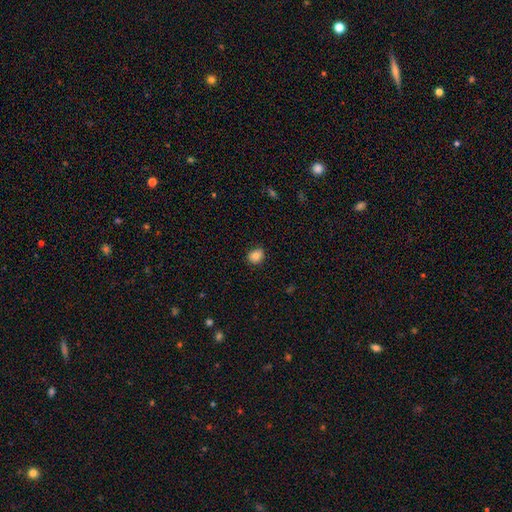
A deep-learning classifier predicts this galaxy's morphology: Smooth or featured?
  - smooth: 82% *
  - star or artifact: 10%
  - featured or disk: 8%
How rounded?
  - round: 61% *
  - in between: 38%
  - cigar-shaped: 1%
Merging?
  - none: 84% *
  - minor disturbance: 13%
  - major disturbance: 2%
  - merger: 1%